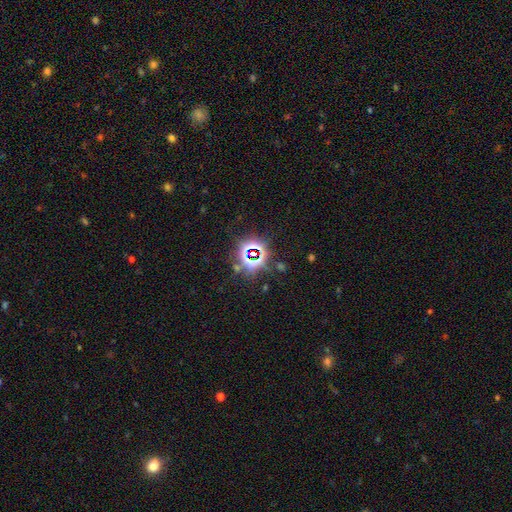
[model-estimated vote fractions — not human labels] Overall: star or artifact (78%).